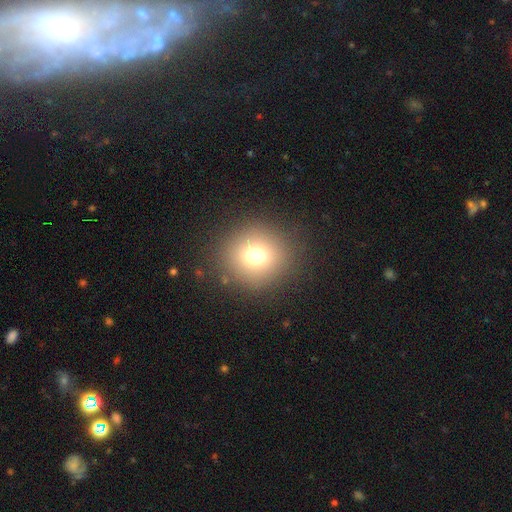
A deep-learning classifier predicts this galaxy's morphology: Smooth or featured?
  - smooth: 72% *
  - star or artifact: 18%
  - featured or disk: 10%
How rounded?
  - round: 89% *
  - in between: 10%
  - cigar-shaped: 1%
Merging?
  - none: 86% *
  - minor disturbance: 7%
  - major disturbance: 5%
  - merger: 2%